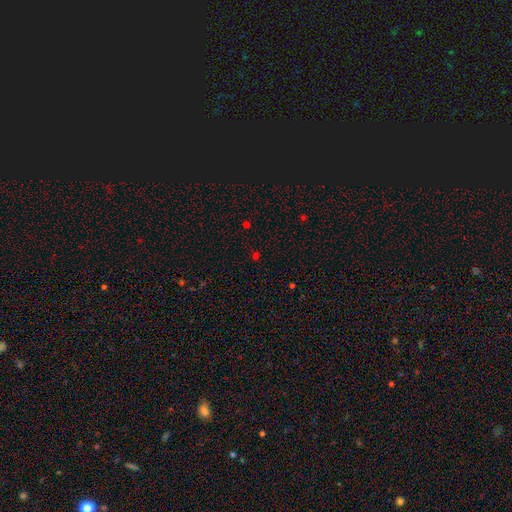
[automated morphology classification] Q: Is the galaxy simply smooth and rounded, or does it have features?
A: star or artifact — 53%.